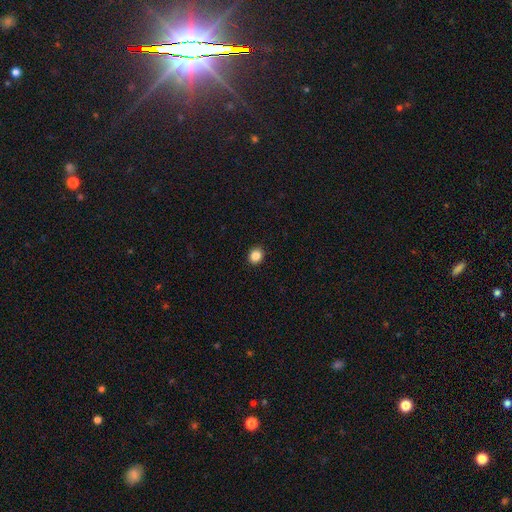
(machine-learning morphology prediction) Q: Smooth or featured?
A: smooth (86%); runner-up: star or artifact (11%)
Q: How rounded?
A: round (78%); runner-up: in between (21%)
Q: Merging?
A: none (92%); runner-up: minor disturbance (5%)